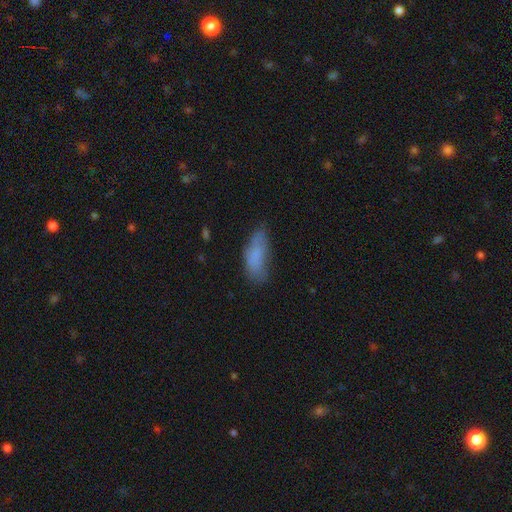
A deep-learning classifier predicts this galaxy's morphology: type=smooth (78%); roundness=in between (66%); merging=none (57%).